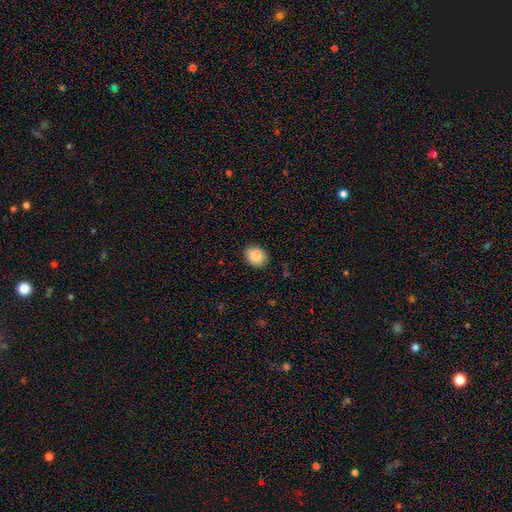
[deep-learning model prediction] A smooth galaxy with no disk features (87%) that is round (52%).

Vote fractions:
- Smooth or featured? smooth: 87% / star or artifact: 8% / featured or disk: 5%
- How rounded? round: 52% / in between: 47% / cigar-shaped: 1%
- Merging? none: 83% / minor disturbance: 13% / major disturbance: 3% / merger: 2%